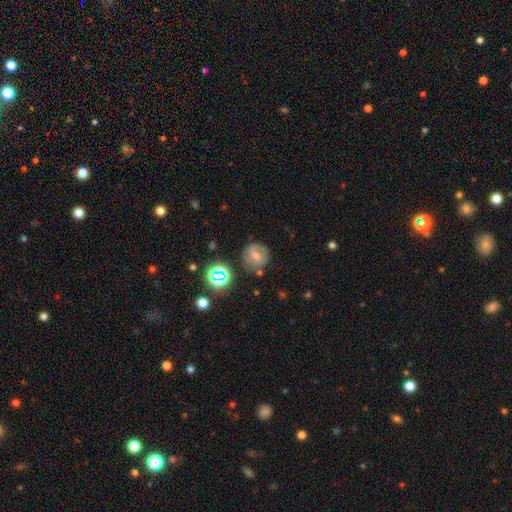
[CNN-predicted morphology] featured or disk 40%, smooth 34%, star or artifact 25%. Down the decision tree: merging — none (79%).